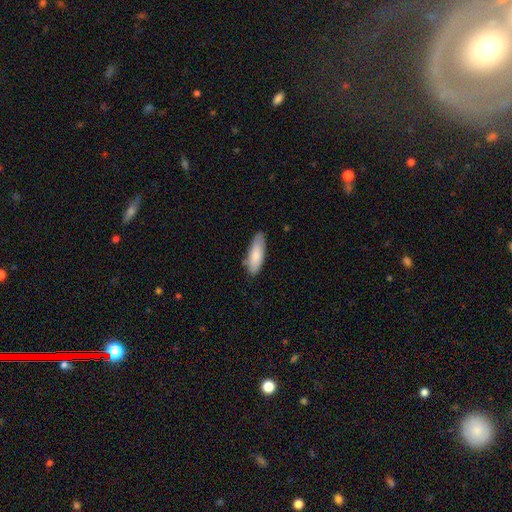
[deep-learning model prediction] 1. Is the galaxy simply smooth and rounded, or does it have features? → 83% smooth, 11% featured or disk, 6% star or artifact.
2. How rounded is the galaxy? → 61% in between, 38% cigar-shaped, 2% round.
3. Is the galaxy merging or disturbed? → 76% none, 19% minor disturbance, 3% major disturbance, 2% merger.